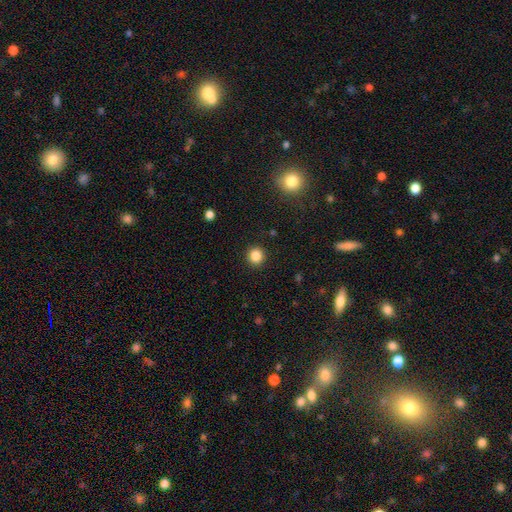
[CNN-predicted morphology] Smooth or featured: smooth — 85% (star or artifact — 11%)
How rounded: round — 92% (in between — 7%)
Merging: none — 92% (minor disturbance — 5%)